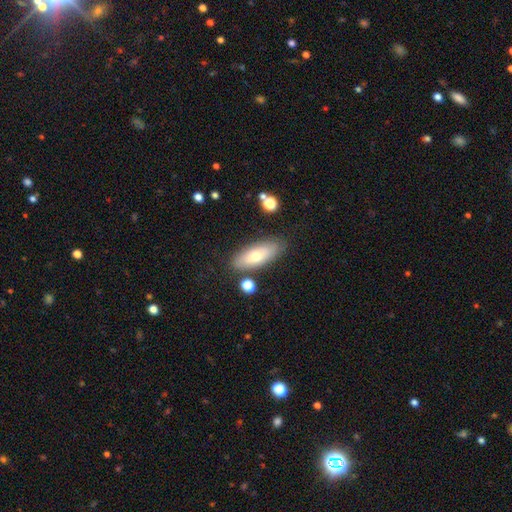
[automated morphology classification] Smooth or featured: smooth — 63% (featured or disk — 30%)
How rounded: in between — 74% (cigar-shaped — 23%)
Merging: none — 81% (minor disturbance — 12%)